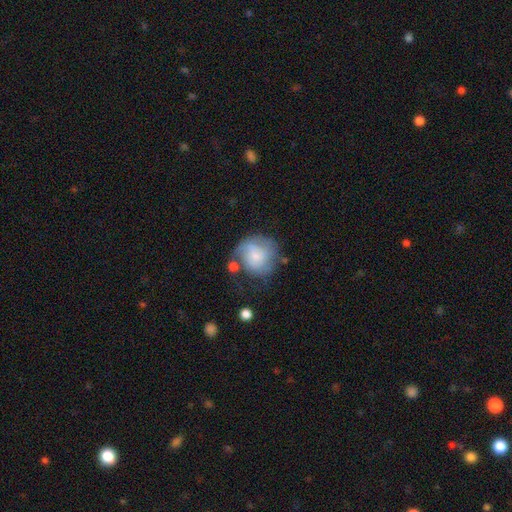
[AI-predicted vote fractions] A smooth galaxy with no disk features (56%) that is round (84%). Merging: none (44%).